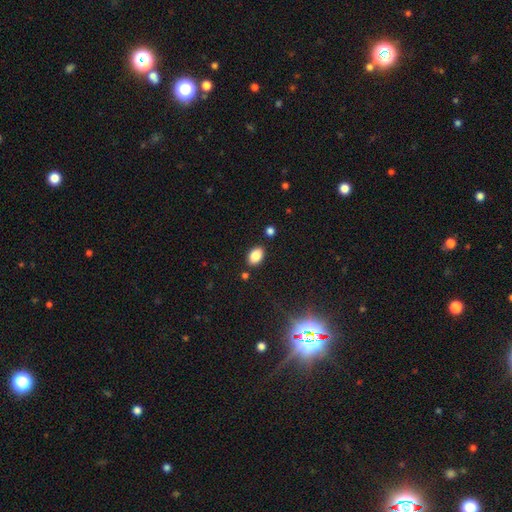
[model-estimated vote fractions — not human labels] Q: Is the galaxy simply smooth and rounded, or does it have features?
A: smooth — 85%.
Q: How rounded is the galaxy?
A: in between — 89%.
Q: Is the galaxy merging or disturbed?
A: none — 84%.